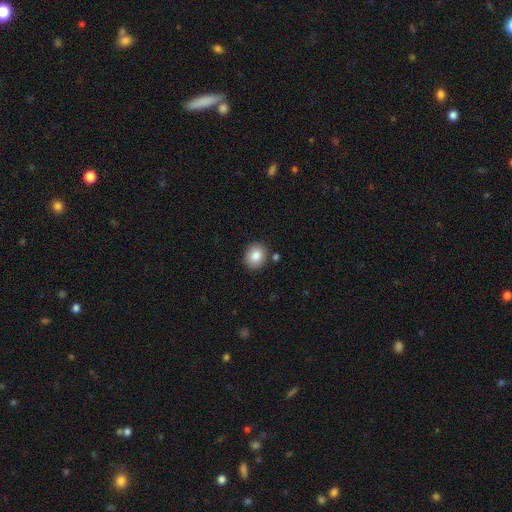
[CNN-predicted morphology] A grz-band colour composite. It shows a smooth galaxy with no disk features (85%) that is round (63%). Merging: none (84%).